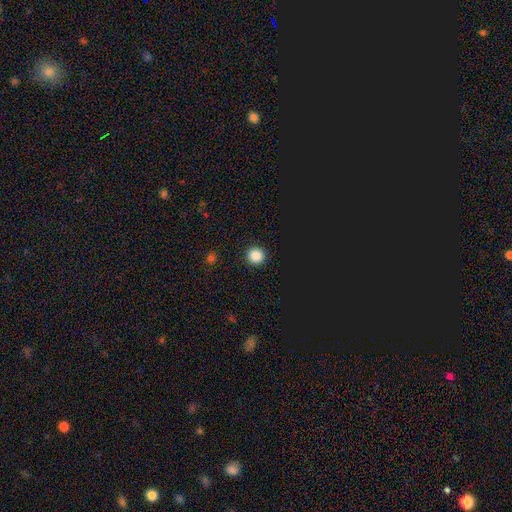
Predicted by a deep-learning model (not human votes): This is clearly a smooth galaxy (83%). How rounded: clearly round (95%). Merging: clearly none (92%).